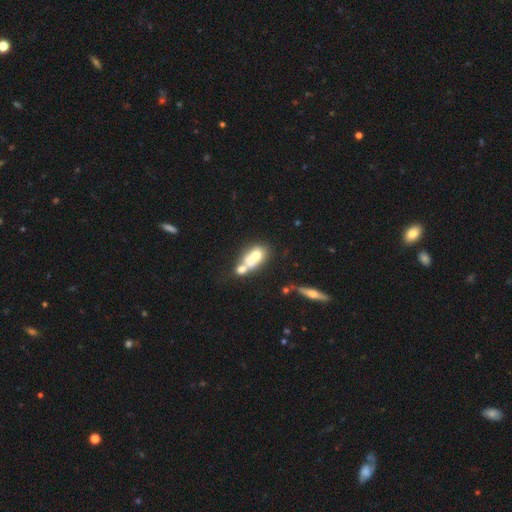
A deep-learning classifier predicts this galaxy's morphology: Q: Smooth or featured?
A: smooth (57%); runner-up: featured or disk (32%)
Q: How rounded?
A: in between (64%); runner-up: round (30%)
Q: Merging?
A: merger (61%); runner-up: none (21%)